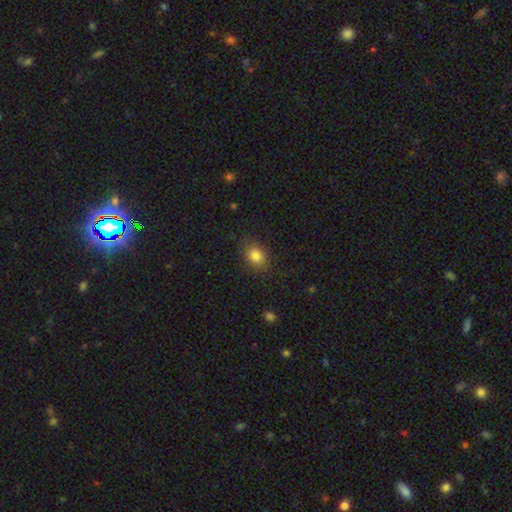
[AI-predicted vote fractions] Smooth or featured? smooth (83%)
How rounded? in between (64%)
Merging? none (82%)